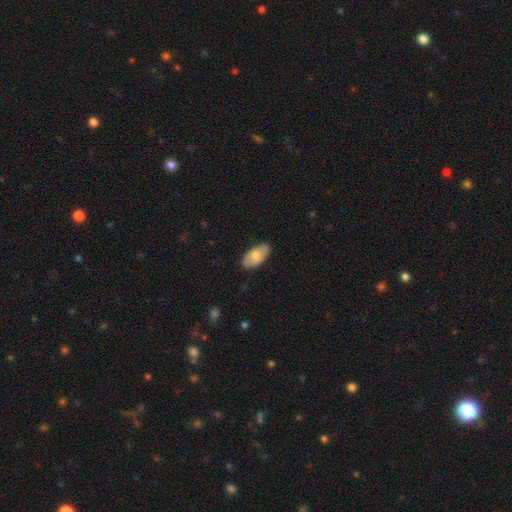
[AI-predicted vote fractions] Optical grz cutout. It shows a smooth galaxy with no disk features (77%) that is in between round and cigar-shaped (94%). Merging: none (85%).